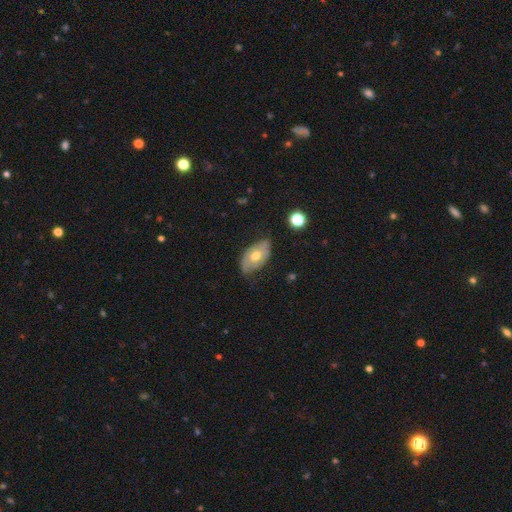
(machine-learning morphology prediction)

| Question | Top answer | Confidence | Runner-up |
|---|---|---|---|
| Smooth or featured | smooth | 54% | featured or disk (39%) |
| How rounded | in between | 92% | round (6%) |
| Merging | none | 60% | minor disturbance (31%) |